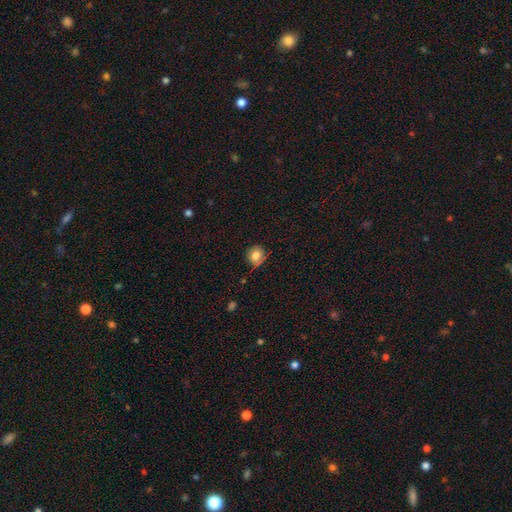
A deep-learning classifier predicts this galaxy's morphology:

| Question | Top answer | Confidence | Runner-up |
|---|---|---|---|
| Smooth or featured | smooth | 79% | star or artifact (12%) |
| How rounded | round | 86% | in between (13%) |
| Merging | none | 77% | minor disturbance (17%) |